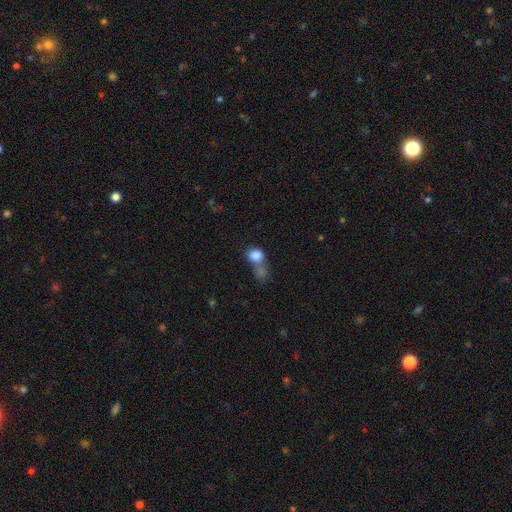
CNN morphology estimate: Smooth or featured?
  - smooth: 83% *
  - star or artifact: 9%
  - featured or disk: 7%
How rounded?
  - round: 61% *
  - in between: 38%
  - cigar-shaped: 1%
Merging?
  - merger: 56% *
  - none: 29%
  - minor disturbance: 9%
  - major disturbance: 6%